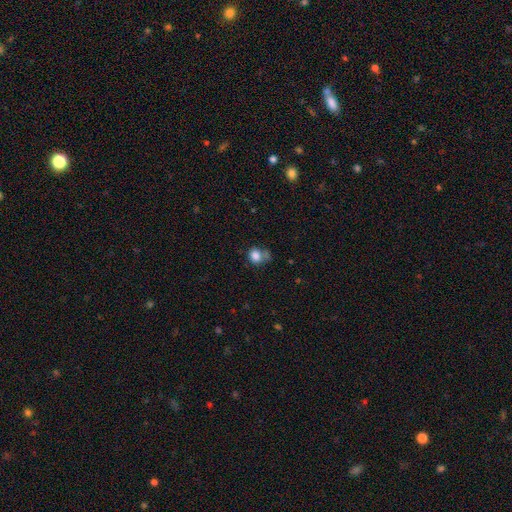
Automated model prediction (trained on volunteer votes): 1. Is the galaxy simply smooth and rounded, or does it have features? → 81% smooth, 11% star or artifact, 8% featured or disk.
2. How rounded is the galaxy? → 61% round, 38% in between, 1% cigar-shaped.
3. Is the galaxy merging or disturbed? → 39% none, 26% minor disturbance, 18% merger, 16% major disturbance.